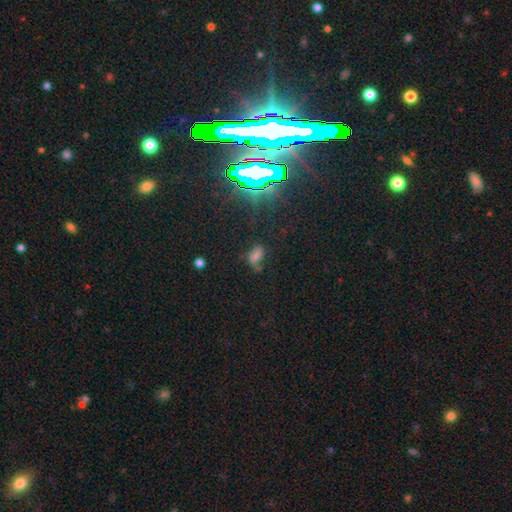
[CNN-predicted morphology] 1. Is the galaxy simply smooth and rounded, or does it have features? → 45% smooth, 37% star or artifact, 18% featured or disk.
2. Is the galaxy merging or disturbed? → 53% none, 24% minor disturbance, 17% major disturbance, 6% merger.